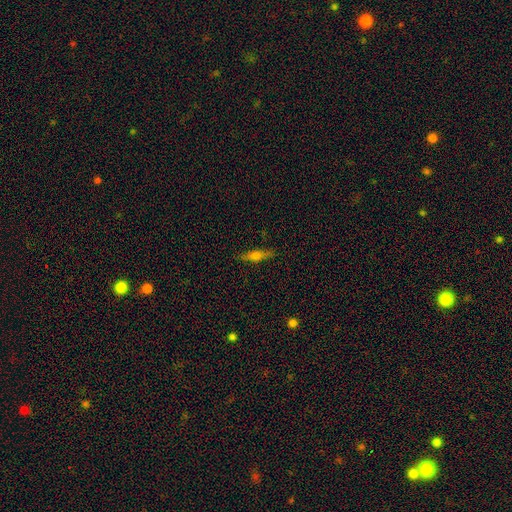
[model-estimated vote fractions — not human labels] This is possibly a smooth galaxy (48%). Merging: clearly none (86%).